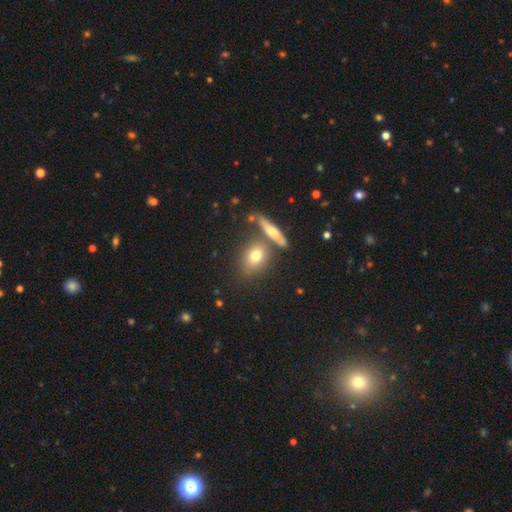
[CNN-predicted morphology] Smooth or featured? Predicted: smooth (p=0.70). How rounded? Predicted: in between (p=0.53). Merging? Predicted: none (p=0.62).